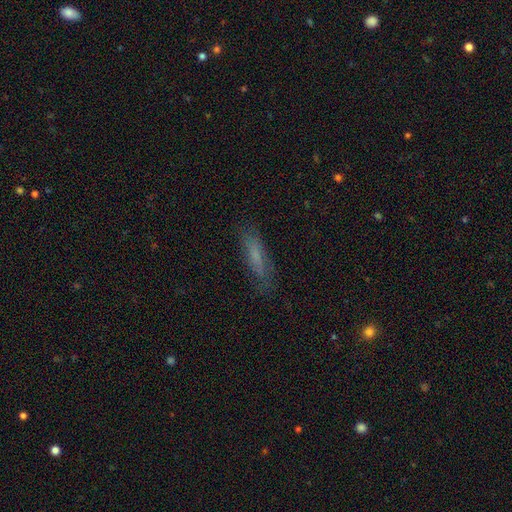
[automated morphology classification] type=smooth (60%); roundness=cigar-shaped (74%); merging=none (78%).